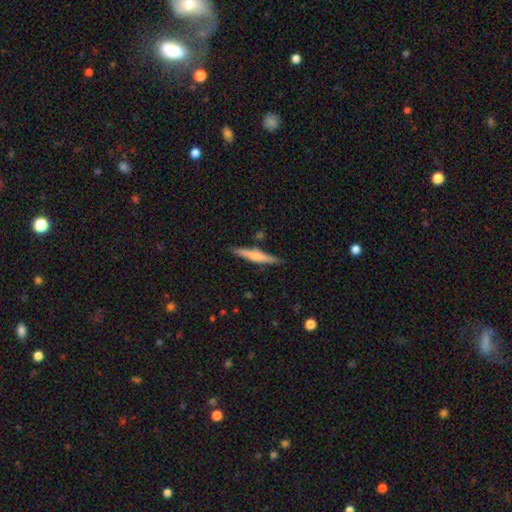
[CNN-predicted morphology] Smooth or featured? Predicted: smooth (p=0.51). How rounded? Predicted: cigar-shaped (p=0.92). Merging? Predicted: none (p=0.85).